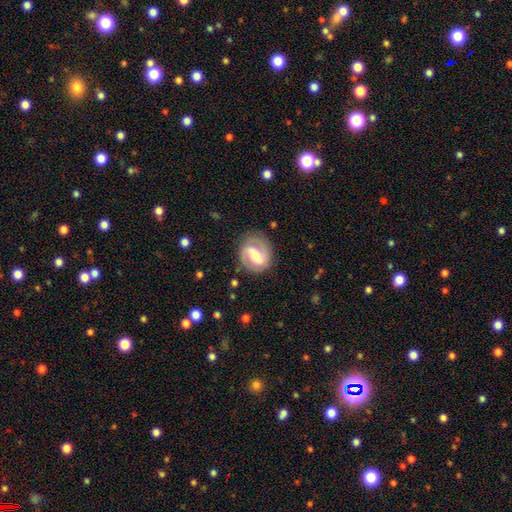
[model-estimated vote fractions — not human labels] Q: Smooth or featured?
A: featured or disk (74%); runner-up: smooth (20%)
Q: Edge-on disk?
A: no (97%); runner-up: yes (3%)
Q: Bar?
A: strong (46%); runner-up: weak (40%)
Q: Spiral arms?
A: yes (86%); runner-up: no (14%)
Q: Spiral winding?
A: medium (46%); runner-up: tight (35%)
Q: Spiral arm count?
A: 2 (81%); runner-up: 1 (9%)
Q: Bulge size?
A: moderate (58%); runner-up: small (24%)
Q: Merging?
A: none (78%); runner-up: minor disturbance (14%)